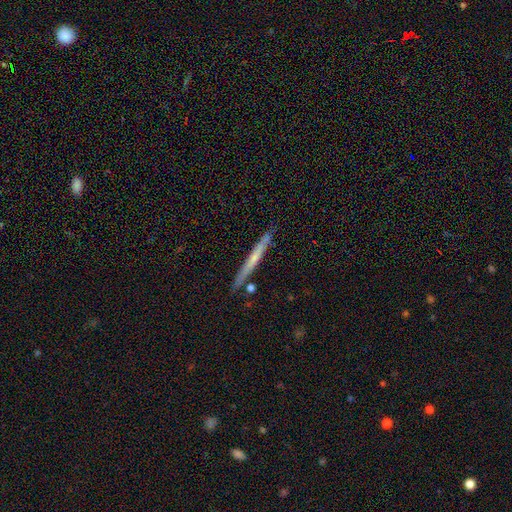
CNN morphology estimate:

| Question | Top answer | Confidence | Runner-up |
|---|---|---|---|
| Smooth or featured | featured or disk | 54% | smooth (39%) |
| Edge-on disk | yes | 96% | no (4%) |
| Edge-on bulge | none | 63% | rounded (31%) |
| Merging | none | 86% | minor disturbance (10%) |